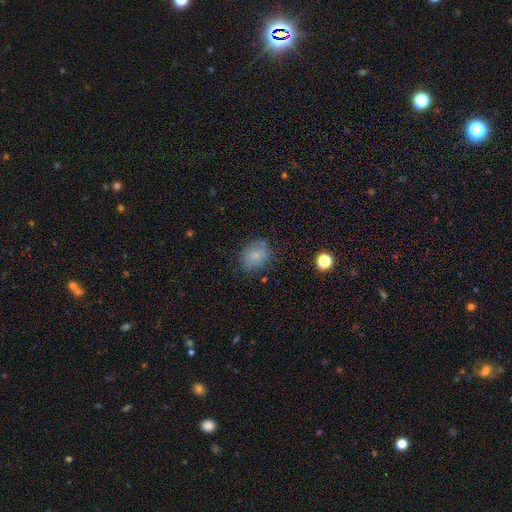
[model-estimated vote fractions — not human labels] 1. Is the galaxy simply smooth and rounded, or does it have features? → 77% smooth, 12% featured or disk, 11% star or artifact.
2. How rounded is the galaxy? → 56% round, 43% in between, 1% cigar-shaped.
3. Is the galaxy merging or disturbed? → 74% none, 18% minor disturbance, 6% major disturbance, 3% merger.